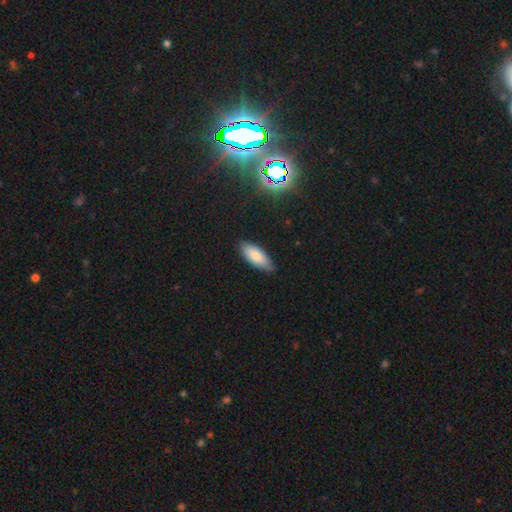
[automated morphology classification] smooth_or_featured: smooth (p=0.81) [alt: featured or disk p=0.12]
how_rounded: in between (p=0.80) [alt: cigar-shaped p=0.19]
merging: none (p=0.79) [alt: minor disturbance p=0.17]